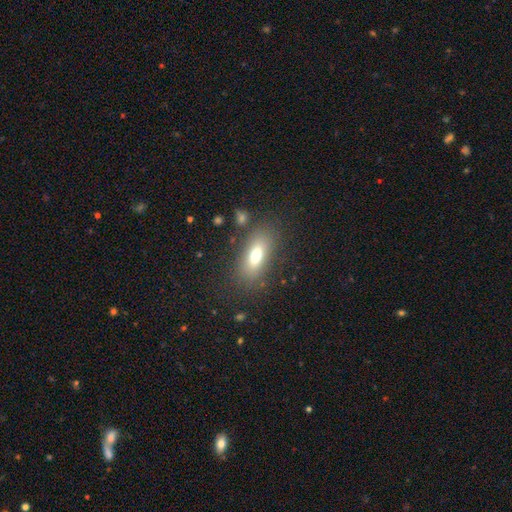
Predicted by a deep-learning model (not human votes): Morphology: type=smooth (71%); roundness=in between (79%); merging=none (81%).